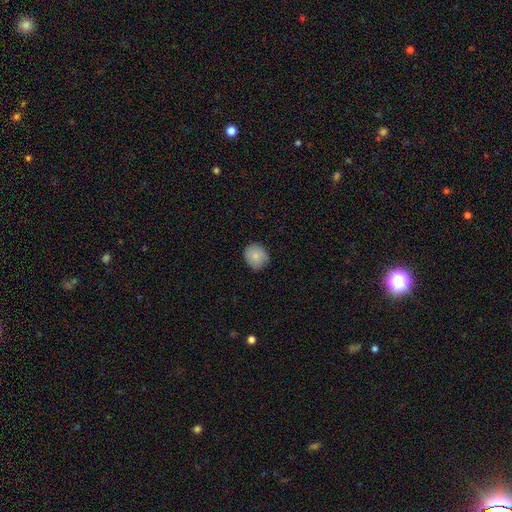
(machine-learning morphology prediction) A smooth galaxy with no disk features (84%) that is round (81%).

Vote fractions:
- Smooth or featured? smooth: 84% / featured or disk: 8% / star or artifact: 8%
- How rounded? round: 81% / in between: 18% / cigar-shaped: 1%
- Merging? none: 83% / minor disturbance: 13% / major disturbance: 2% / merger: 1%